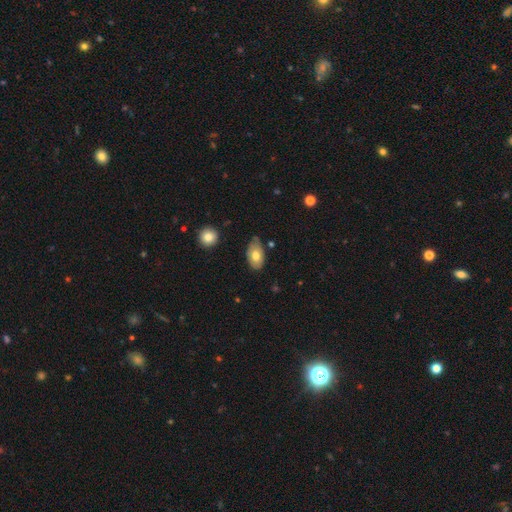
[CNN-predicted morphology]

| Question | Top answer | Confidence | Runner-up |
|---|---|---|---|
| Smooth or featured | smooth | 71% | featured or disk (22%) |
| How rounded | in between | 92% | round (6%) |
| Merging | none | 65% | minor disturbance (28%) |